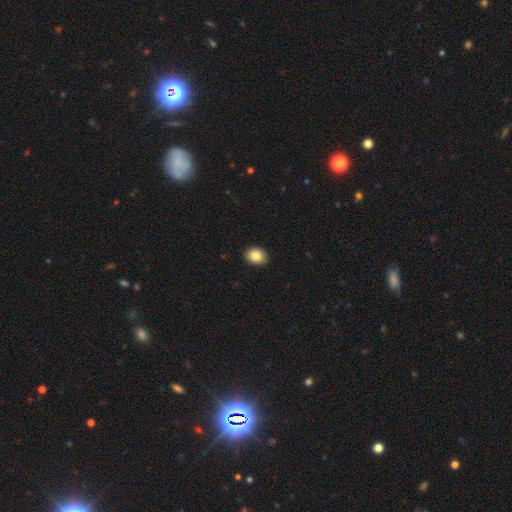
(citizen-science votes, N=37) Overall: smooth (81%). How rounded: in between (87%). Merging: none (83%).